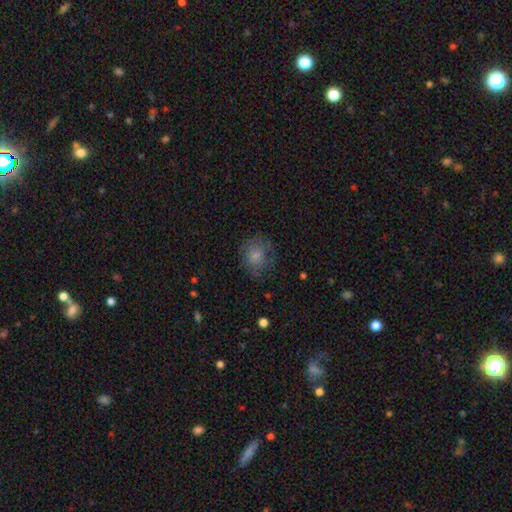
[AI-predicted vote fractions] Q: Smooth or featured?
A: smooth (73%); runner-up: featured or disk (18%)
Q: How rounded?
A: round (74%); runner-up: in between (25%)
Q: Merging?
A: none (67%); runner-up: minor disturbance (20%)